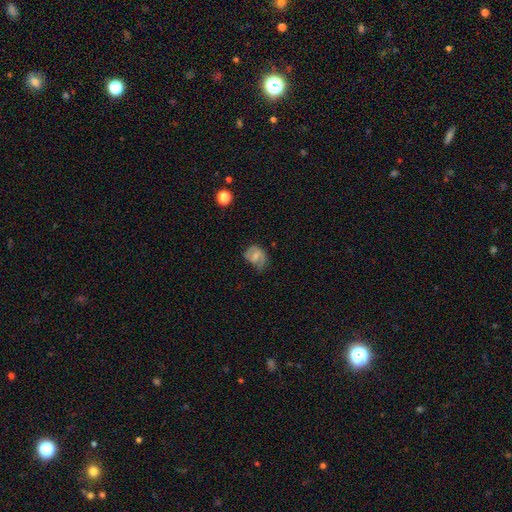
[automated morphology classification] type=featured or disk (46%, tied with smooth); merging=none (41%).